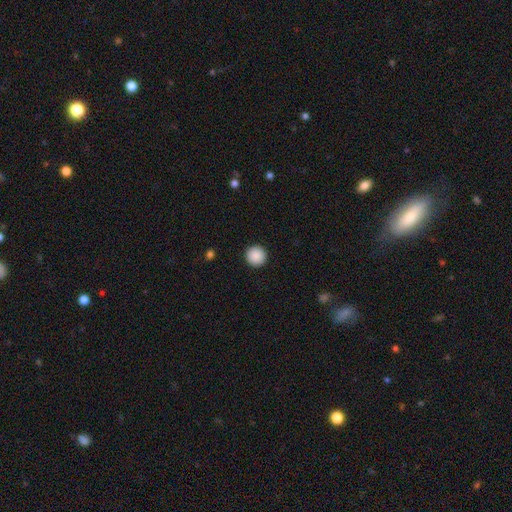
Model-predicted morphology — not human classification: Smooth or featured: smooth — 89% (star or artifact — 8%)
How rounded: round — 96% (in between — 3%)
Merging: none — 93% (minor disturbance — 4%)